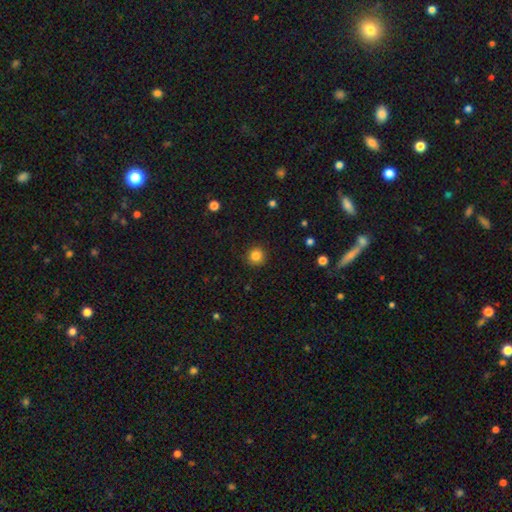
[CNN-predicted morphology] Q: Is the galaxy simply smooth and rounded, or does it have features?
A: smooth — 84%.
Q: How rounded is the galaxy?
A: round — 95%.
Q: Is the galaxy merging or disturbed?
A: none — 92%.